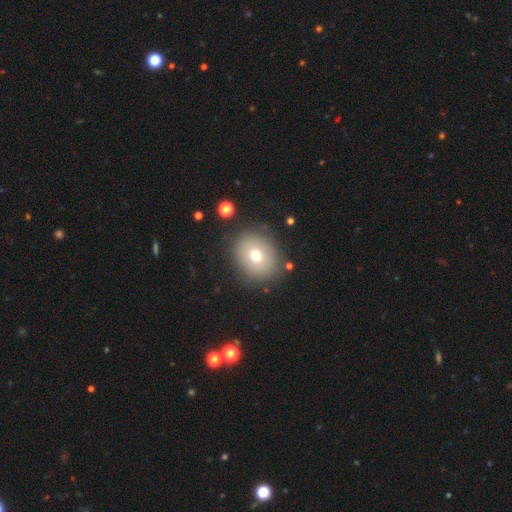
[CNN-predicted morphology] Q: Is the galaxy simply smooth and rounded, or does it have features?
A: smooth — 70%.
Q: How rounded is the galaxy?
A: round — 69%.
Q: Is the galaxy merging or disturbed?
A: none — 84%.